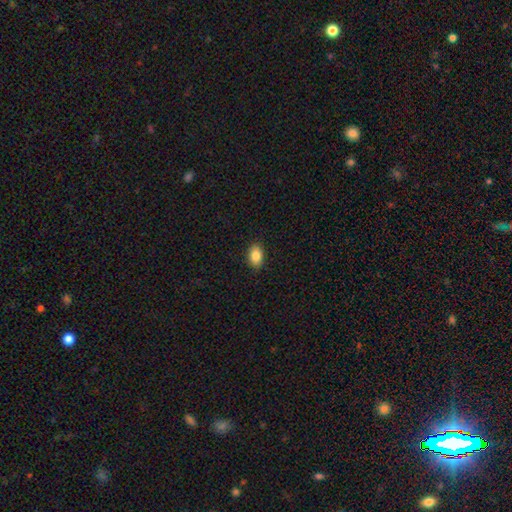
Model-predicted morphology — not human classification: smooth 86%, star or artifact 8%, featured or disk 6%. Down the decision tree: how rounded — in between (86%); merging — none (90%).